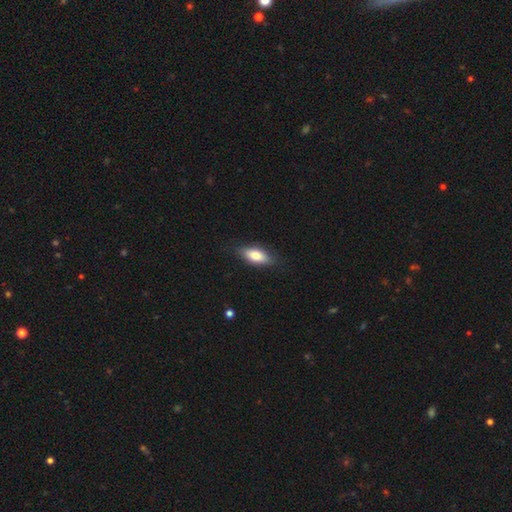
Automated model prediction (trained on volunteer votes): Smooth or featured?
  - smooth: 77% *
  - featured or disk: 17%
  - star or artifact: 6%
How rounded?
  - in between: 83% *
  - cigar-shaped: 14%
  - round: 3%
Merging?
  - none: 81% *
  - minor disturbance: 14%
  - major disturbance: 3%
  - merger: 1%